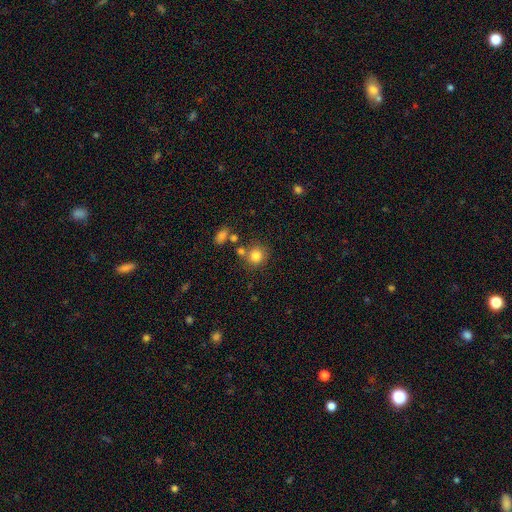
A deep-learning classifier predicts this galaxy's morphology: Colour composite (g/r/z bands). It shows a smooth galaxy with no disk features (82%) that is round (86%). Merging: none (71%).